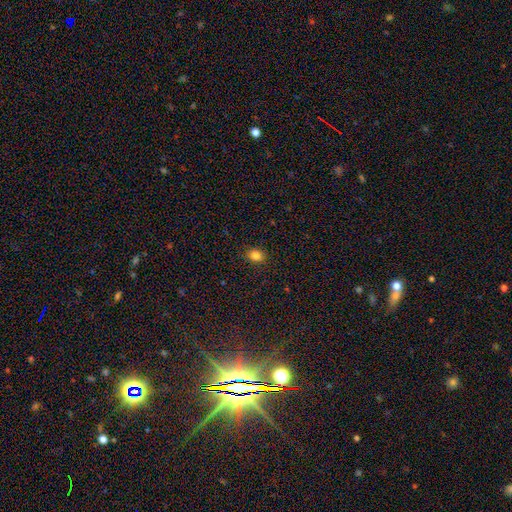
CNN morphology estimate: Smooth or featured? Predicted: smooth (p=0.83). How rounded? Predicted: round (p=0.57). Merging? Predicted: none (p=0.89).